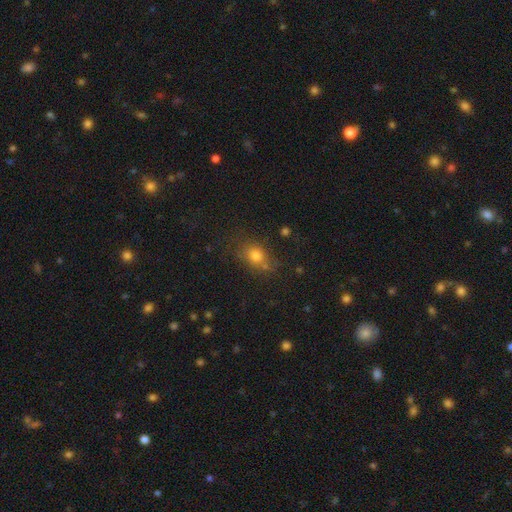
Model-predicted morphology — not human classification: Q: Smooth or featured?
A: smooth (76%); runner-up: star or artifact (14%)
Q: How rounded?
A: in between (51%); runner-up: round (47%)
Q: Merging?
A: none (69%); runner-up: minor disturbance (18%)